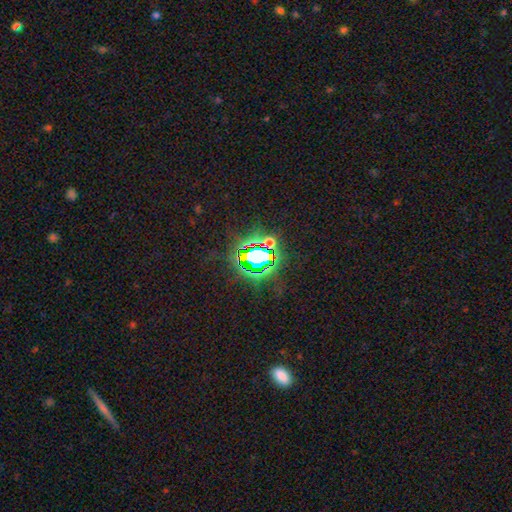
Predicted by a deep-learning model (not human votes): A star or artifact, not a galaxy (76%).